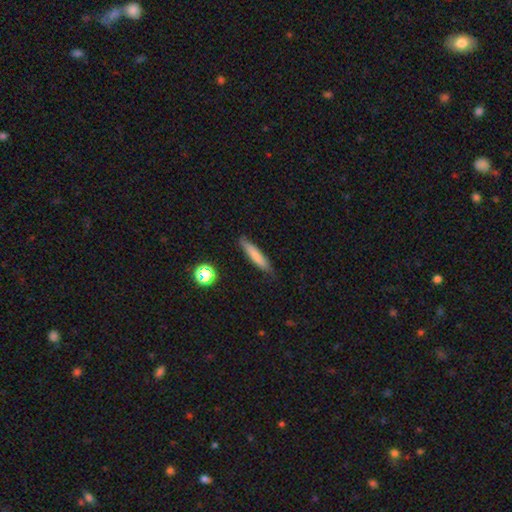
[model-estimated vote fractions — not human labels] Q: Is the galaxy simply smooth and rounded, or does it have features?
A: smooth — 76%.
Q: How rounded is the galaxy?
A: cigar-shaped — 87%.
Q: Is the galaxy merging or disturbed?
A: none — 82%.